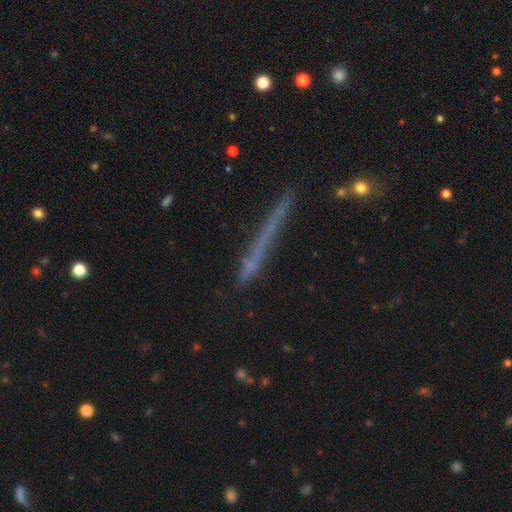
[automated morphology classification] type=smooth (45%); merging=none (74%).